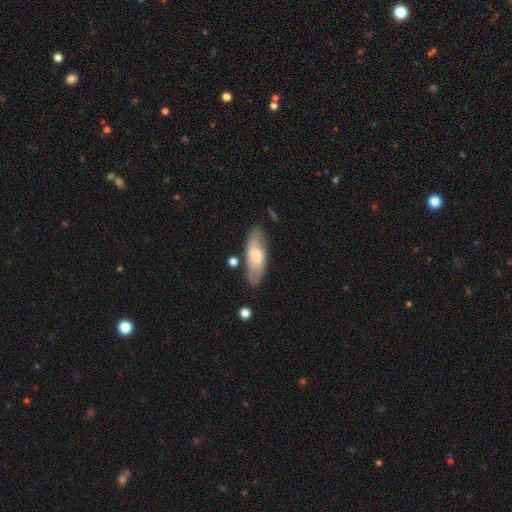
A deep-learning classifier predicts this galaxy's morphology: Smooth or featured? smooth (57%)
How rounded? in between (71%)
Merging? none (74%)